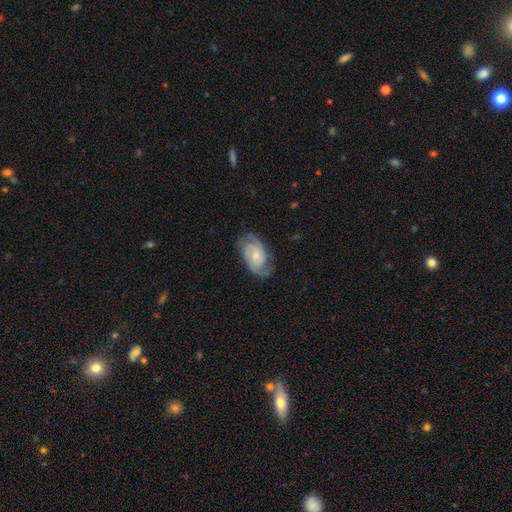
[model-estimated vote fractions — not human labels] This appears to be a featured or disk galaxy (76%) with no bar (68%), 2 (61%) medium (44%) spiral arms (95%) and a small central bulge (55%). Merging: none (69%).